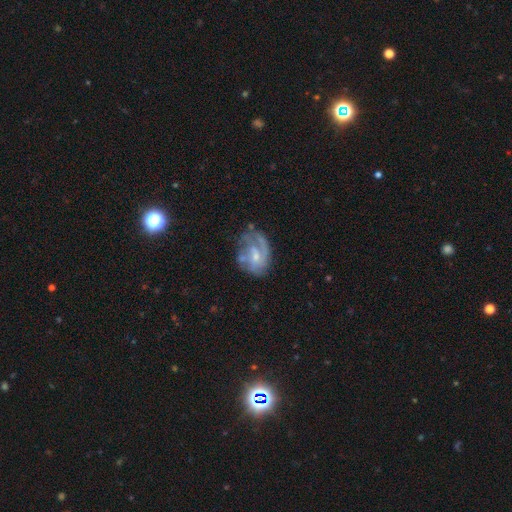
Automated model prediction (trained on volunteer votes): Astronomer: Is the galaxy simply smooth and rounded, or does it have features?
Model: featured or disk — 72%.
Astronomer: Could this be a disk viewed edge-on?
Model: no — 97%.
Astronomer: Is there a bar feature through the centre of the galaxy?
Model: no — 51% (runner-up: weak, 42%).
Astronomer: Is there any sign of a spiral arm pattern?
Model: yes — 82%.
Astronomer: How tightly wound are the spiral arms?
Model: medium — 40% (runner-up: tight, 37%).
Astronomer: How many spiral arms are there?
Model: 2 — 29% (runner-up: can't tell, 27%).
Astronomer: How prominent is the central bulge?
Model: small — 50% (runner-up: moderate, 37%).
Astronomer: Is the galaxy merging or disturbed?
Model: none — 48% (runner-up: minor disturbance, 25%).